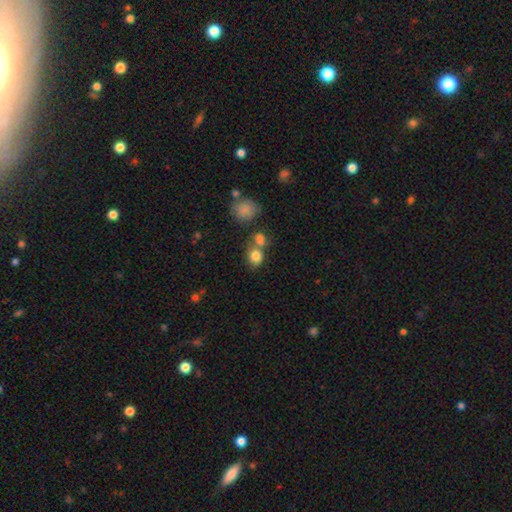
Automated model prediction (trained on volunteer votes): smooth-or-featured: smooth: 81% | star or artifact: 11% | featured or disk: 8%
  how-rounded: round: 65% | in between: 33% | cigar-shaped: 1%
  merging: none: 47% | merger: 38% | minor disturbance: 10% | major disturbance: 4%